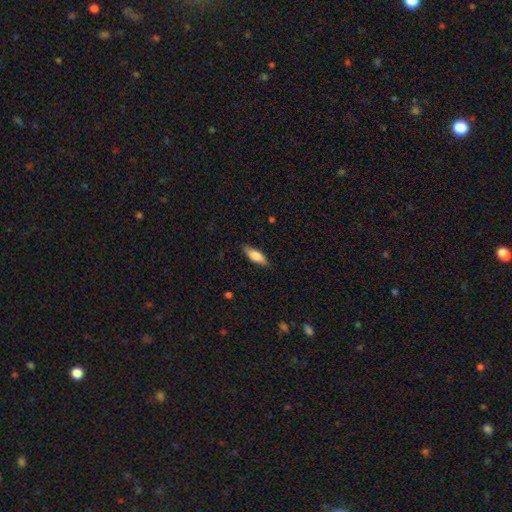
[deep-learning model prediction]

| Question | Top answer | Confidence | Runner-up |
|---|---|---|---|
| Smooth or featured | smooth | 79% | featured or disk (15%) |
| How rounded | in between | 68% | cigar-shaped (29%) |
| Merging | none | 85% | minor disturbance (12%) |